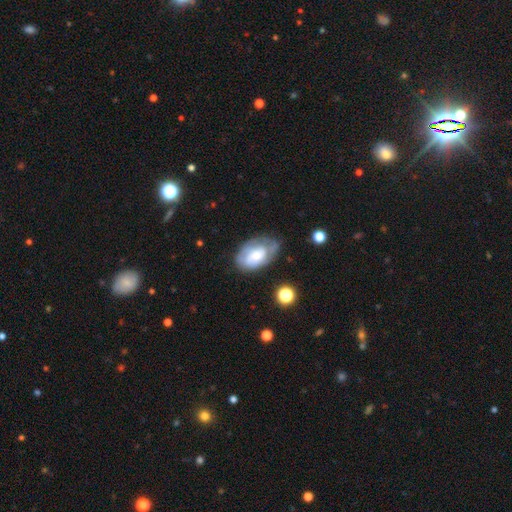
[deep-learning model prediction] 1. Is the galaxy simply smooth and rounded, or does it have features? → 54% featured or disk, 39% smooth, 7% star or artifact.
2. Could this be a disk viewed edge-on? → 95% no, 5% yes.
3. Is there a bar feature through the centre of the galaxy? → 71% no, 24% weak, 5% strong.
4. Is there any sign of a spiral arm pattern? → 68% yes, 32% no.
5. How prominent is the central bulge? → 42% moderate, 40% small, 12% large, 5% none, 2% dominant.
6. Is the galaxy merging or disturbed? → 56% none, 29% minor disturbance, 13% major disturbance, 3% merger.